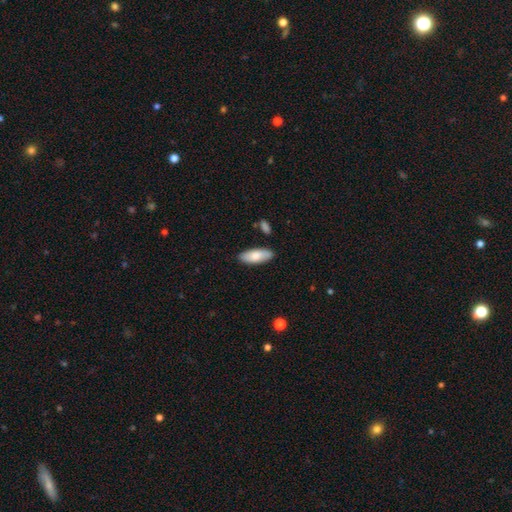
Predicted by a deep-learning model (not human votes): Smooth or featured? smooth (80%)
How rounded? in between (79%)
Merging? none (85%)